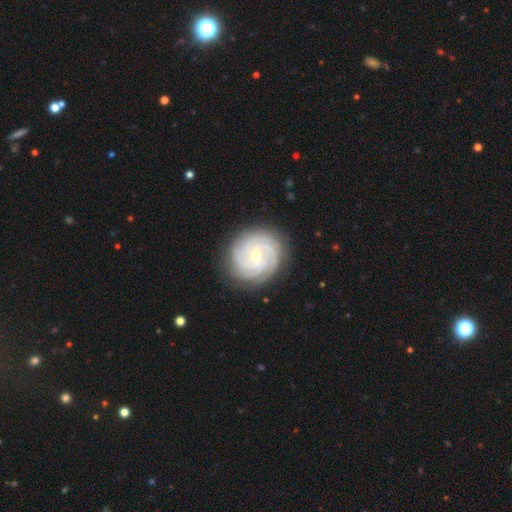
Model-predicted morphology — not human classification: Smooth or featured: featured or disk — 87% (smooth — 8%)
Edge-on disk: no — 98% (yes — 2%)
Bar: no — 59% (weak — 33%)
Spiral arms: yes — 98% (no — 2%)
Spiral winding: tight — 81% (medium — 17%)
Spiral arm count: 3 — 32% (4 — 26%)
Bulge size: small — 51% (moderate — 46%)
Merging: none — 86% (minor disturbance — 10%)